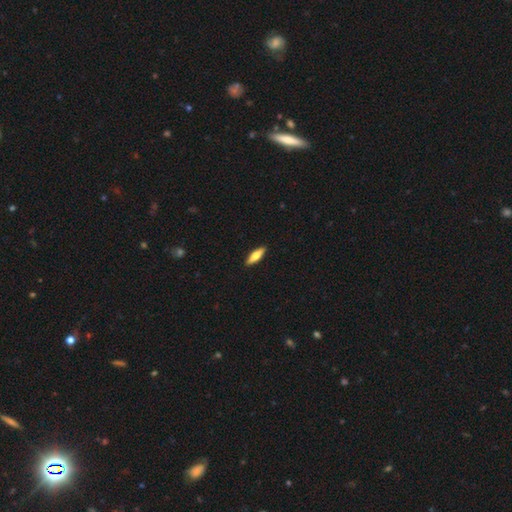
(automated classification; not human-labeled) A smooth galaxy with no disk features (64%) that is cigar-shaped (60%).

Vote fractions:
- Smooth or featured? smooth: 64% / featured or disk: 30% / star or artifact: 6%
- How rounded? cigar-shaped: 60% / in between: 38% / round: 2%
- Merging? none: 91% / minor disturbance: 6% / major disturbance: 1% / merger: 1%